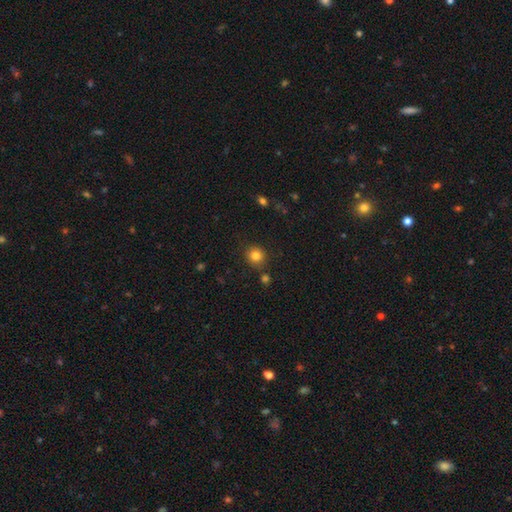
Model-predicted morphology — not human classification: The model was most divided on "smooth or featured": smooth: 82%, star or artifact: 12%, featured or disk: 6%. More confident: how rounded — round (88%); merging — none (83%).